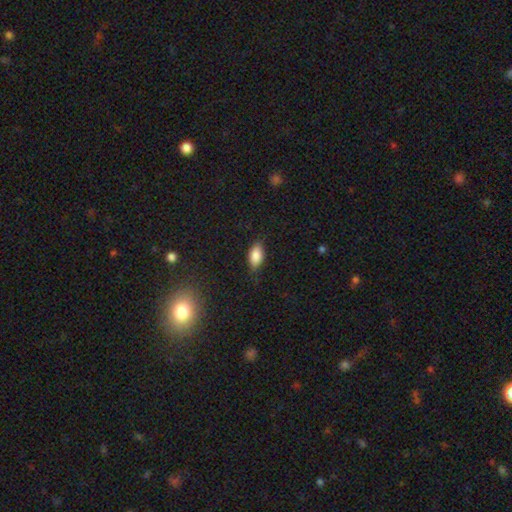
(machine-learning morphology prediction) A smooth galaxy with no disk features (81%) that is in between round and cigar-shaped (89%).

Vote fractions:
- Smooth or featured? smooth: 81% / featured or disk: 11% / star or artifact: 8%
- How rounded? in between: 89% / cigar-shaped: 7% / round: 4%
- Merging? none: 77% / minor disturbance: 18% / major disturbance: 4% / merger: 1%